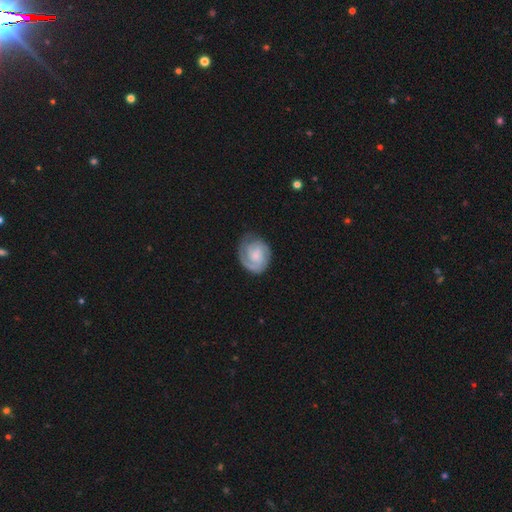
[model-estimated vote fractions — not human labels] A featured or disk galaxy (76%) with no bar (65%), 2 (47%) tight (62%) spiral arms (96%) and a small central bulge (47%). Merging: none (72%).